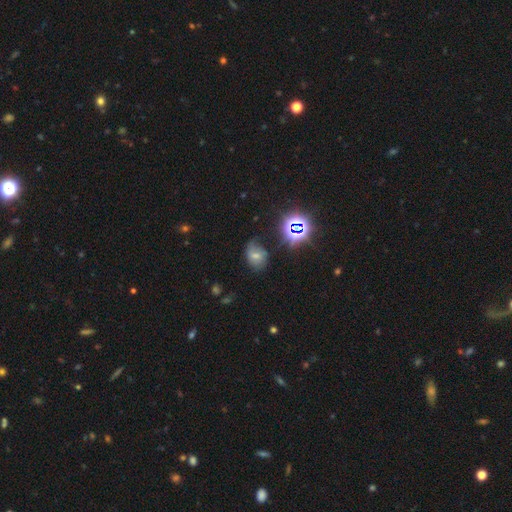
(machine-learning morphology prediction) The model was most divided on "smooth or featured": star or artifact: 41%, featured or disk: 30%, smooth: 29%.